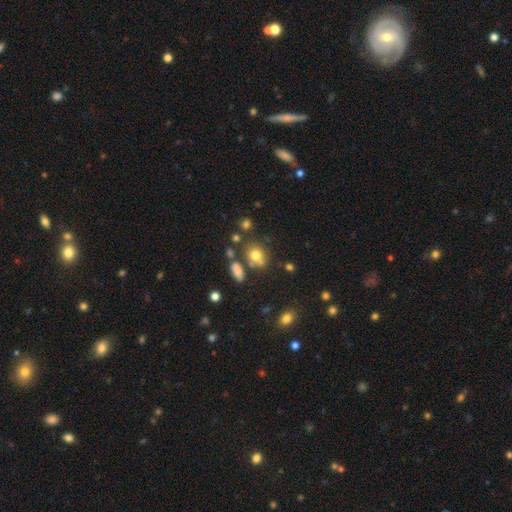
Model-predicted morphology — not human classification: Q: Smooth or featured?
A: smooth (74%); runner-up: star or artifact (14%)
Q: How rounded?
A: round (56%); runner-up: in between (43%)
Q: Merging?
A: none (57%); runner-up: merger (19%)